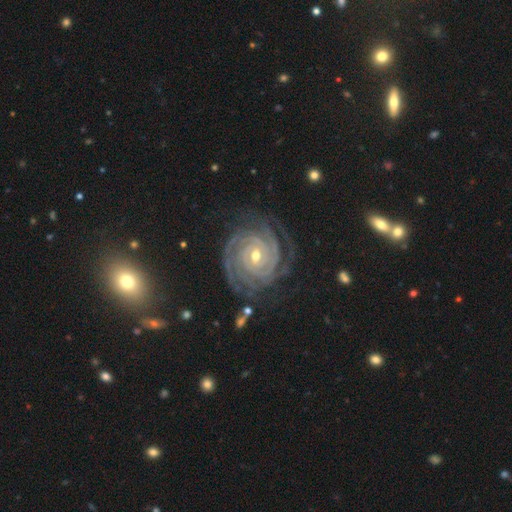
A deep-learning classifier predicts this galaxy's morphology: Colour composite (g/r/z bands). It shows a featured or disk galaxy (92%) with no bar (43%), 3 (26%) tight (89%) spiral arms (99%) and a small central bulge (49%, tied with moderate). Merging: none (79%).